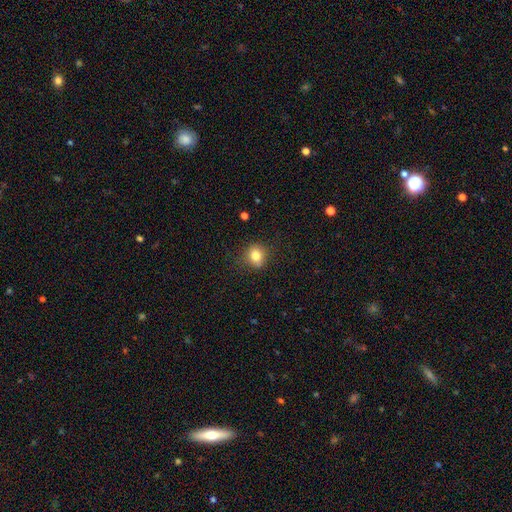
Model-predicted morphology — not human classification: smooth 81%, star or artifact 12%, featured or disk 8%. Down the decision tree: how rounded — round (74%); merging — none (80%).